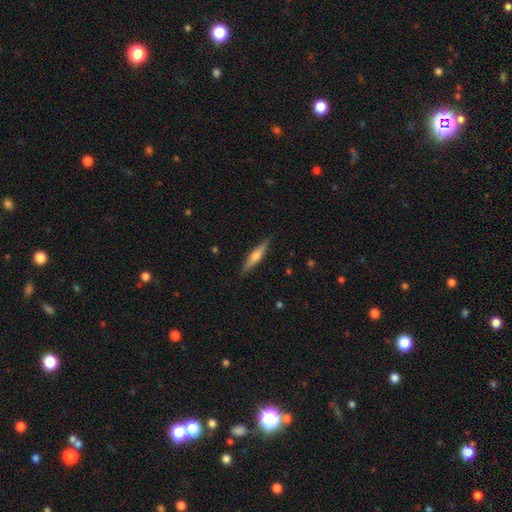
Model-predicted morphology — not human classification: smooth_or_featured: featured or disk (p=0.55) [alt: smooth p=0.40]
disk_edge_on: yes (p=0.96) [alt: no p=0.04]
edge_on_bulge: rounded (p=0.86) [alt: none p=0.07]
merging: none (p=0.89) [alt: minor disturbance p=0.08]